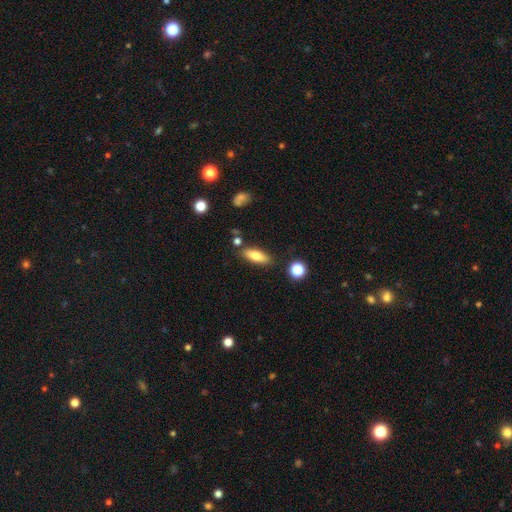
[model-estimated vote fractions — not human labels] smooth-or-featured: smooth: 71% | featured or disk: 22% | star or artifact: 7%
  how-rounded: in between: 67% | cigar-shaped: 30% | round: 3%
  merging: none: 81% | minor disturbance: 11% | merger: 5% | major disturbance: 3%